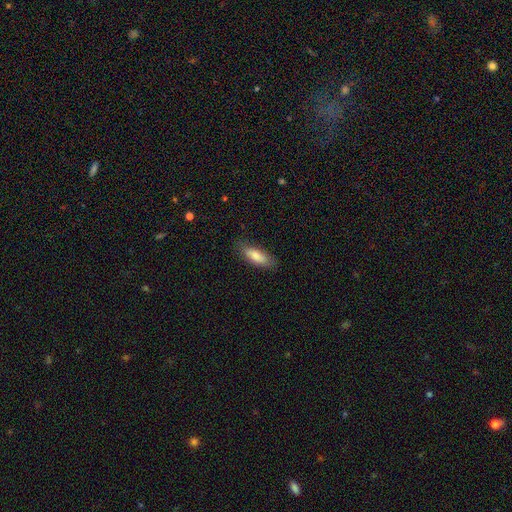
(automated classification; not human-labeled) Overall: smooth (81%). How rounded: in between (56%; cigar-shaped 42%). Merging: none (82%).